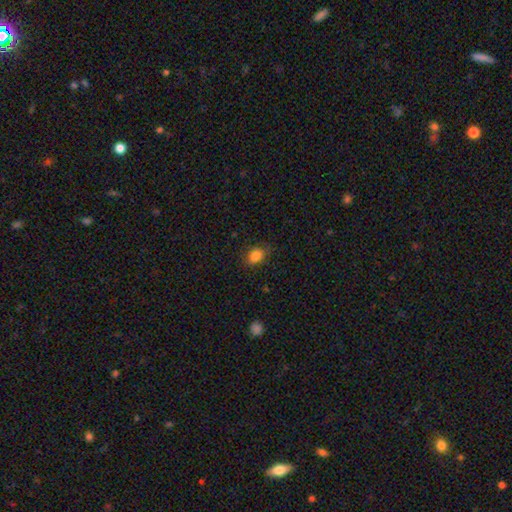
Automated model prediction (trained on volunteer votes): smooth_or_featured: smooth (p=0.83) [alt: star or artifact p=0.11]
how_rounded: in between (p=0.66) [alt: round p=0.32]
merging: none (p=0.78) [alt: minor disturbance p=0.17]